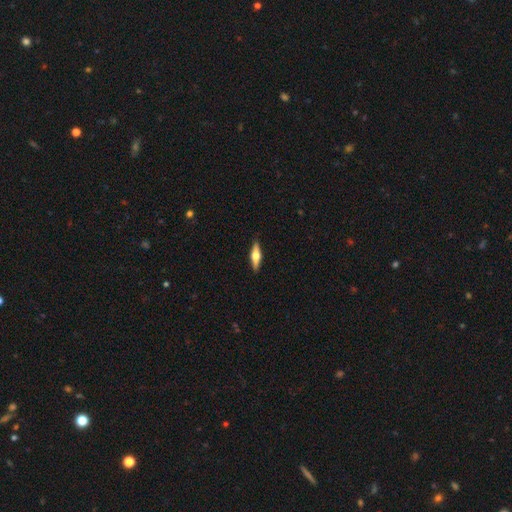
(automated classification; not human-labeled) smooth-or-featured: featured or disk: 57% | smooth: 37% | star or artifact: 6%
  disk-edge-on: yes: 95% | no: 5%
    edge-on-bulge: rounded: 94% | boxy: 4% | none: 2%
  merging: none: 90% | minor disturbance: 7% | major disturbance: 2% | merger: 1%